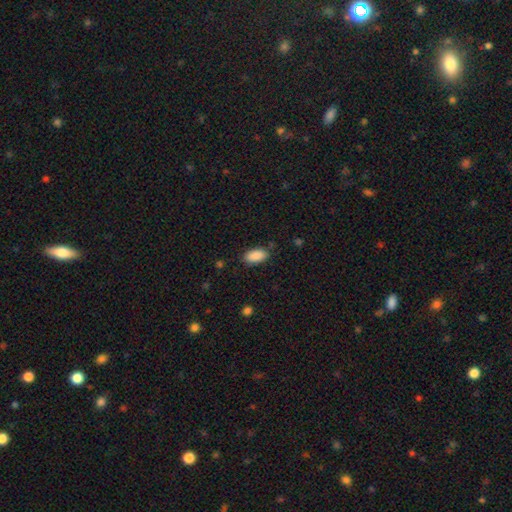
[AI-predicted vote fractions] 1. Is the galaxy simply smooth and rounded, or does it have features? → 89% smooth, 7% star or artifact, 4% featured or disk.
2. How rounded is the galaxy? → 93% in between, 4% cigar-shaped, 3% round.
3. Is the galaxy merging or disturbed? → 84% none, 12% minor disturbance, 3% major disturbance, 1% merger.